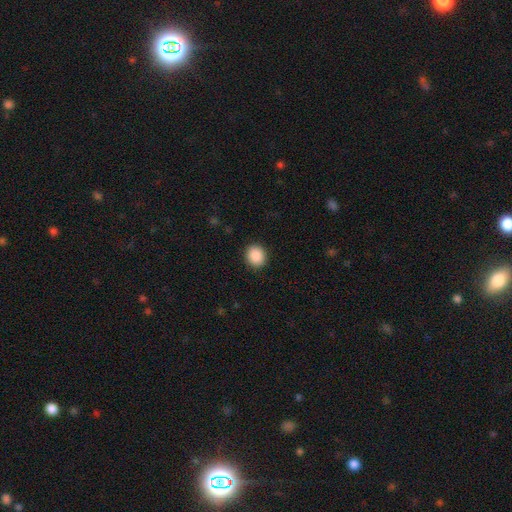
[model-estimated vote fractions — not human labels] Smooth or featured? Predicted: smooth (p=0.89). How rounded? Predicted: round (p=0.79). Merging? Predicted: none (p=0.91).